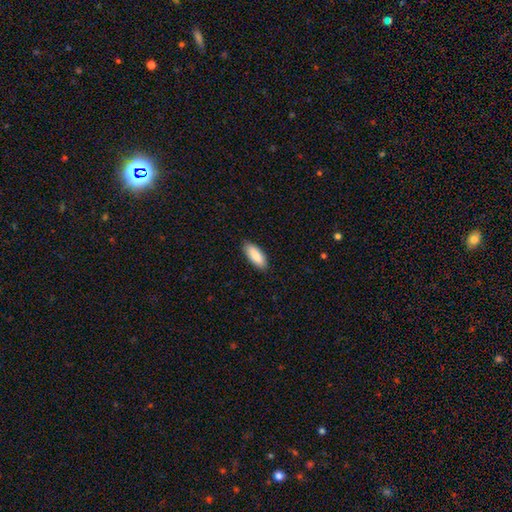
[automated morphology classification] A smooth galaxy with no disk features (89%) that is in between round and cigar-shaped (76%).

Vote fractions:
- Smooth or featured? smooth: 89% / star or artifact: 6% / featured or disk: 5%
- How rounded? in between: 76% / cigar-shaped: 22% / round: 2%
- Merging? none: 89% / minor disturbance: 9% / major disturbance: 2% / merger: 1%